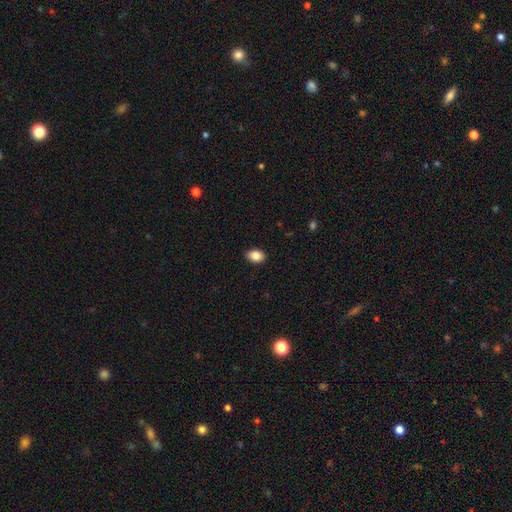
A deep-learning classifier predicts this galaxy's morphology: Smooth or featured: smooth — 87% (star or artifact — 8%)
How rounded: in between — 80% (round — 18%)
Merging: none — 89% (minor disturbance — 8%)